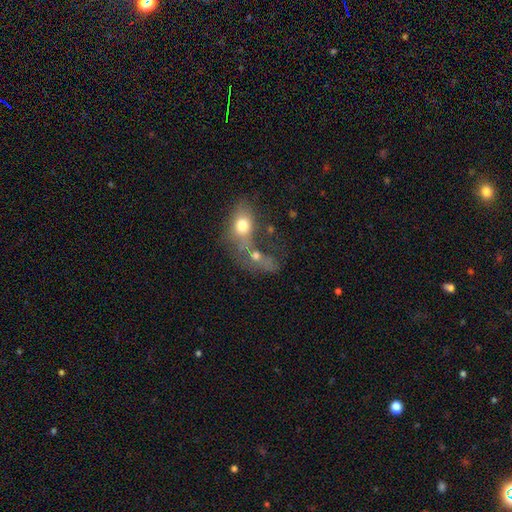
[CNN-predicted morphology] Smooth or featured: smooth — 56% (featured or disk — 28%)
How rounded: in between — 64% (round — 30%)
Merging: merger — 60% (none — 19%)